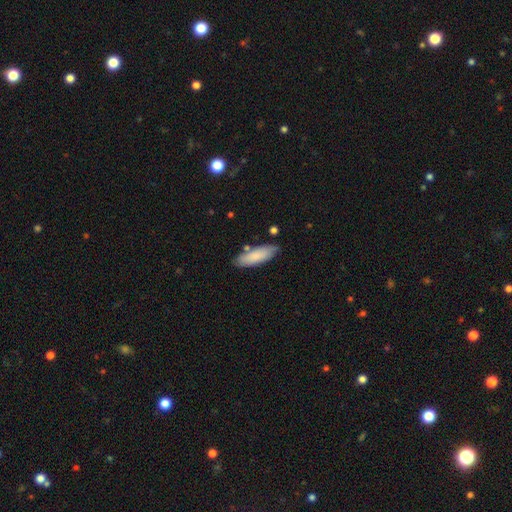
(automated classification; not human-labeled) Overall: smooth (83%). How rounded: in between (60%; cigar-shaped 39%). Merging: none (78%).